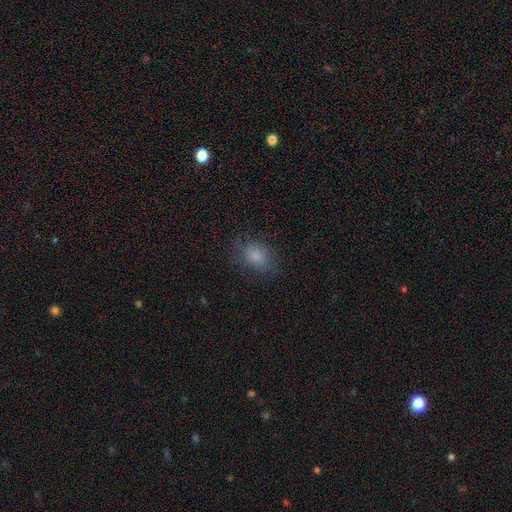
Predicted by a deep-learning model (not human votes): Smooth or featured? smooth (78%)
How rounded? in between (63%)
Merging? none (73%)